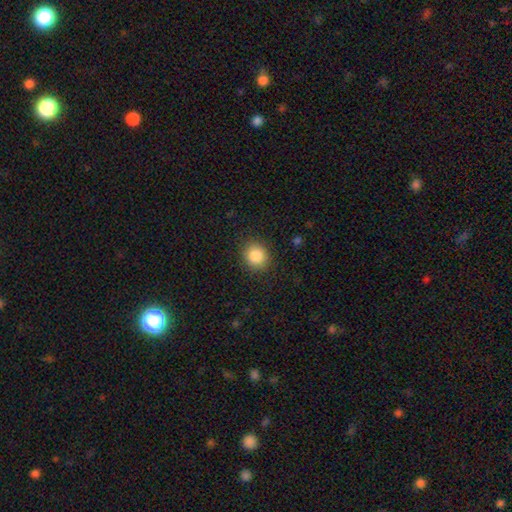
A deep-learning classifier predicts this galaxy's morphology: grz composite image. It shows a smooth galaxy with no disk features (86%) that is round (81%). Merging: none (89%).